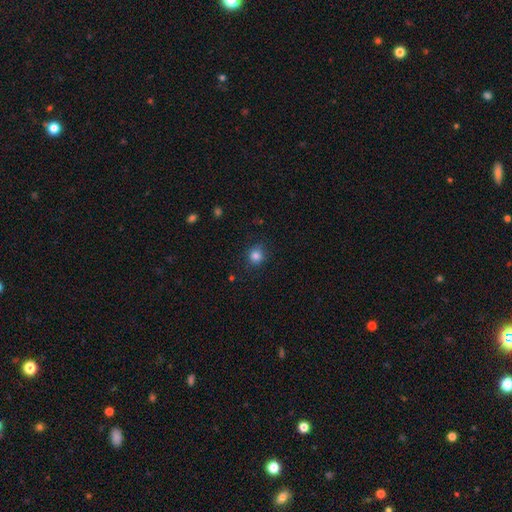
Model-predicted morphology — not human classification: smooth-or-featured: smooth: 84% | star or artifact: 12% | featured or disk: 4%
  how-rounded: round: 88% | in between: 11% | cigar-shaped: 1%
  merging: none: 84% | minor disturbance: 12% | major disturbance: 3% | merger: 1%